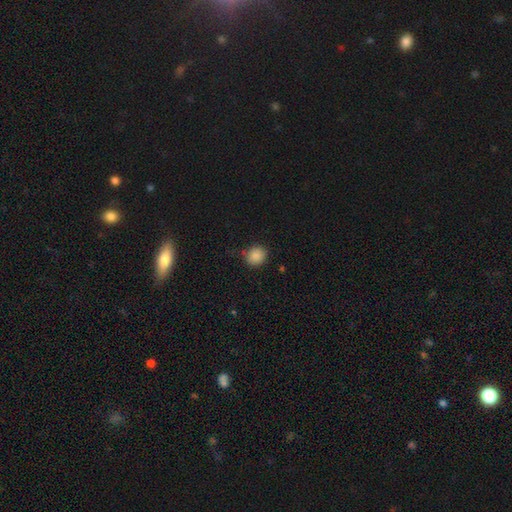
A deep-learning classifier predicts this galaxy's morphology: A smooth galaxy with no disk features (87%) that is round (85%).

Vote fractions:
- Smooth or featured? smooth: 87% / star or artifact: 10% / featured or disk: 3%
- How rounded? round: 85% / in between: 14% / cigar-shaped: 1%
- Merging? none: 80% / minor disturbance: 15% / major disturbance: 4% / merger: 2%